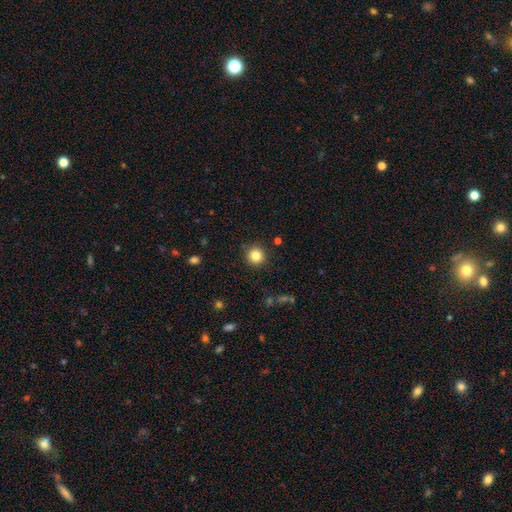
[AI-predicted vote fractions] smooth_or_featured: smooth (p=0.84) [alt: star or artifact p=0.11]
how_rounded: round (p=0.94) [alt: in between p=0.05]
merging: none (p=0.90) [alt: minor disturbance p=0.06]